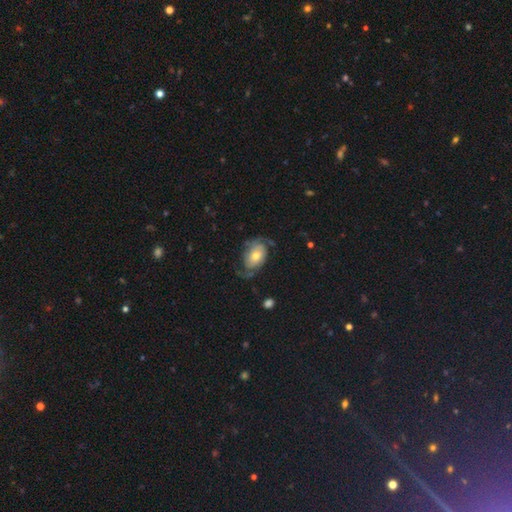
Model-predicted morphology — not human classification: This is likely a featured or disk galaxy (71%). It is clearly not viewed edge-on (96%). Bar: likely no (73%). Spiral arm pattern: clearly yes (90%). Spiral arm count: clearly 2 (81%). Spiral winding: marginally medium (37%). Central bulge: possibly moderate (59%). Merging: likely none (61%).